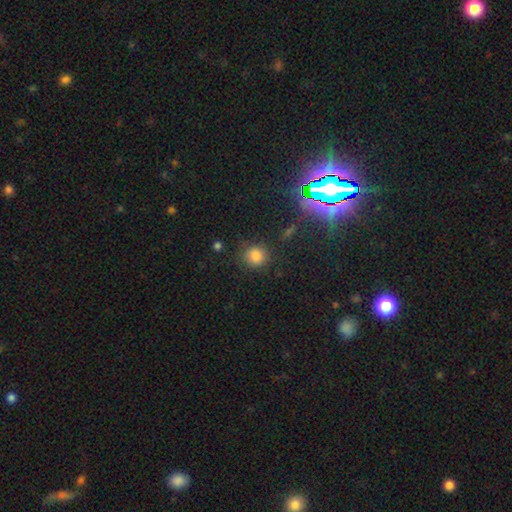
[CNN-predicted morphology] The model was most divided on "smooth or featured": smooth: 78%, star or artifact: 16%, featured or disk: 6%. More confident: how rounded — round (86%); merging — none (81%).